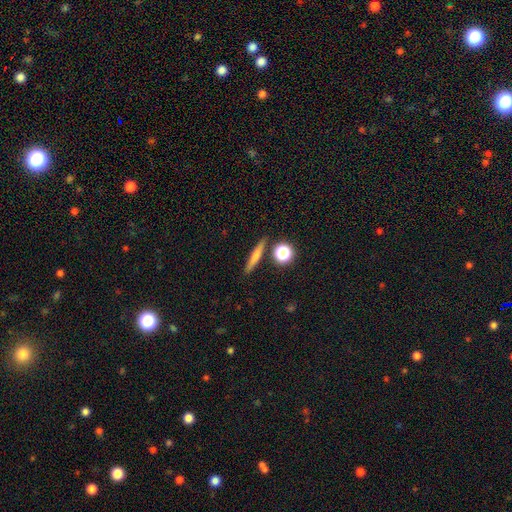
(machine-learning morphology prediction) Smooth or featured: smooth — 64% (featured or disk — 26%)
How rounded: cigar-shaped — 80% (round — 11%)
Merging: none — 85% (minor disturbance — 7%)